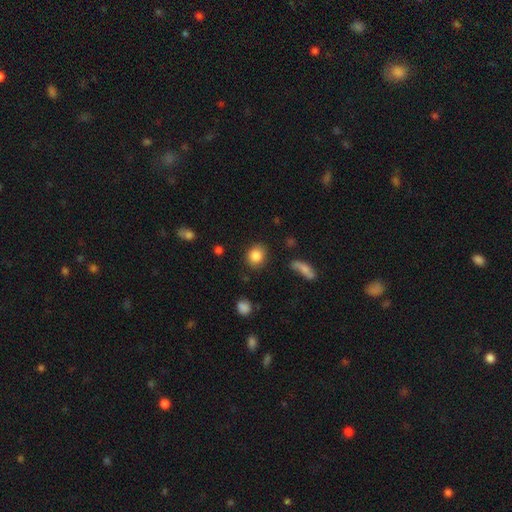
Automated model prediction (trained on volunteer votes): This appears to be a smooth galaxy with no disk features (85%) that is round (74%). Merging: none (83%).